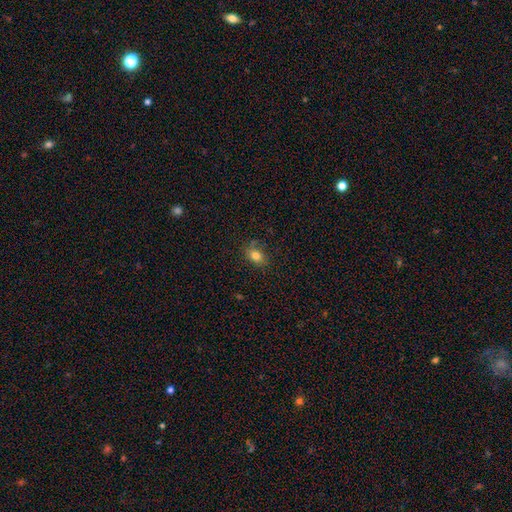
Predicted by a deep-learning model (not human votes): Smooth or featured?
  - smooth: 80% *
  - star or artifact: 11%
  - featured or disk: 8%
How rounded?
  - in between: 69% *
  - round: 30%
  - cigar-shaped: 2%
Merging?
  - none: 76% *
  - minor disturbance: 17%
  - major disturbance: 4%
  - merger: 2%